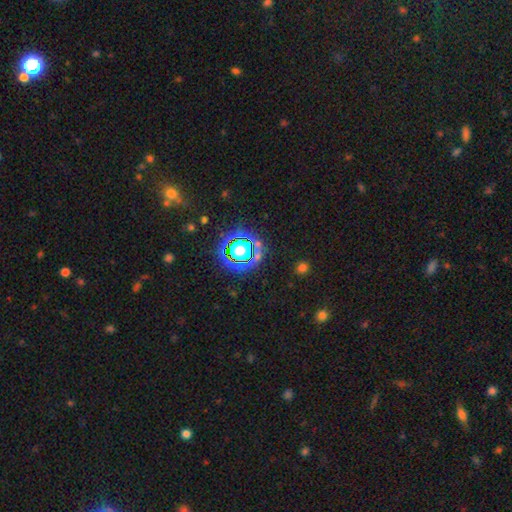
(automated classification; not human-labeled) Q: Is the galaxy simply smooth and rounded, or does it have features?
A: star or artifact — 72%.